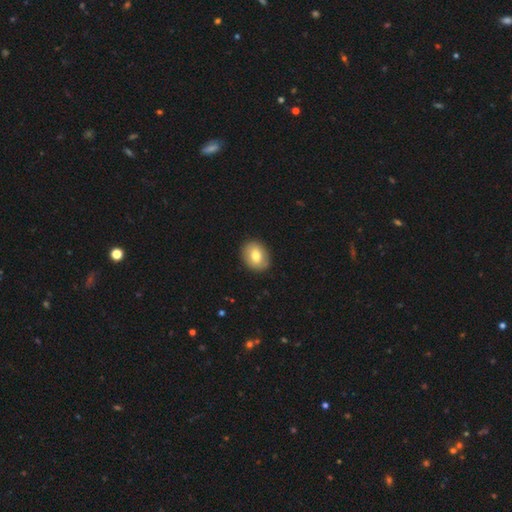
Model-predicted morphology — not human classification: The model was most divided on "how rounded": in between: 54%, round: 45%, cigar-shaped: 1%. More confident: merging — none (89%); smooth or featured — smooth (75%).